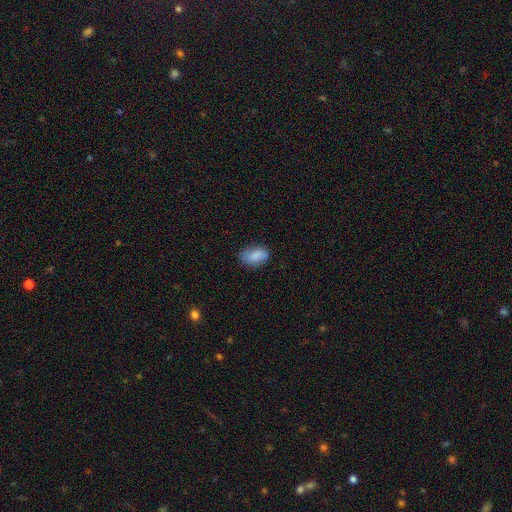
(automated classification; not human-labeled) Morphology: type=smooth (81%); roundness=in between (89%); merging=none (74%).